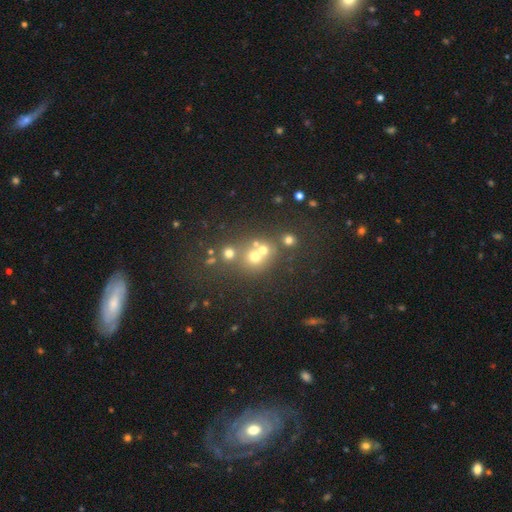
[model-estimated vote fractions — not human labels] A smooth galaxy with no disk features (50%). Merging: none (49%).